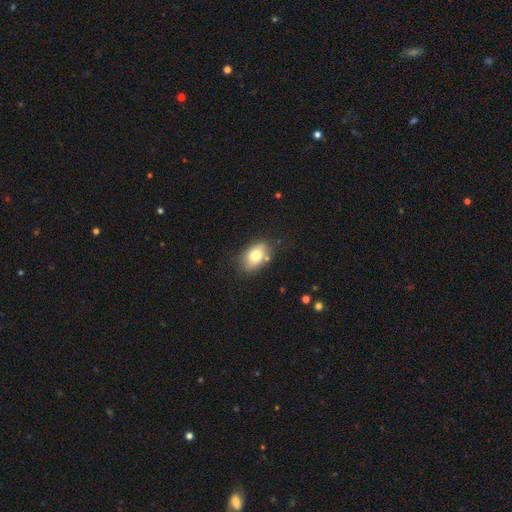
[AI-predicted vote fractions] Smooth or featured? Predicted: smooth (p=0.77). How rounded? Predicted: in between (p=0.85). Merging? Predicted: none (p=0.77).